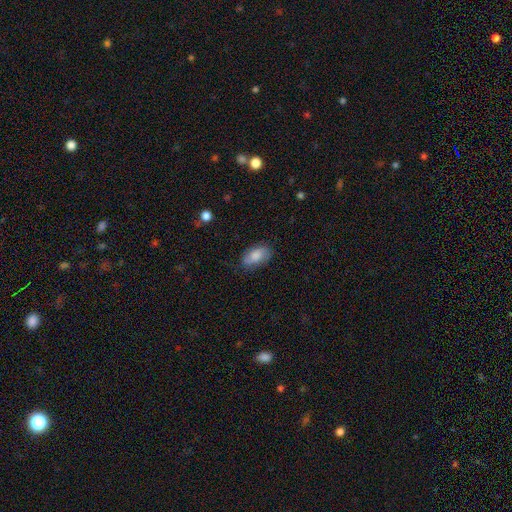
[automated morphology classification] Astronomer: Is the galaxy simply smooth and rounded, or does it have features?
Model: smooth — 78%.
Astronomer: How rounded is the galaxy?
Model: in between — 93%.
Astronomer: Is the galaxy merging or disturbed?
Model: none — 78%.